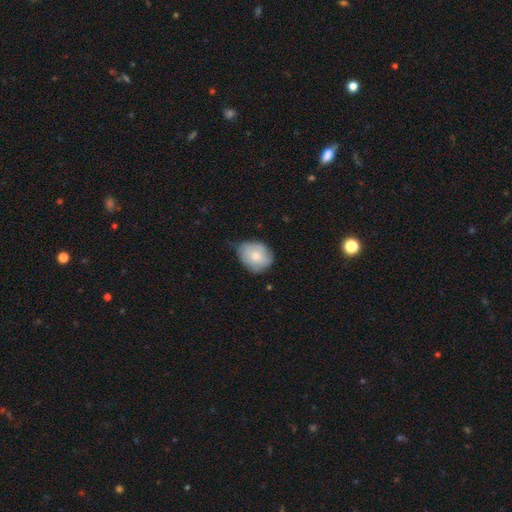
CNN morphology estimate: Overall: smooth (72%). How rounded: round (53%; in between 46%). Merging: none (59%; minor disturbance 34%).